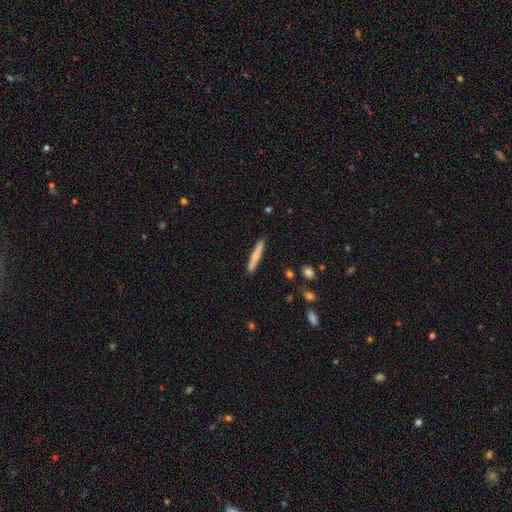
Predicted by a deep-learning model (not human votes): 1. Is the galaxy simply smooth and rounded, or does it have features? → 67% smooth, 28% featured or disk, 6% star or artifact.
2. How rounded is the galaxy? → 95% cigar-shaped, 4% in between, 1% round.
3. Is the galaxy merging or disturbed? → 88% none, 9% minor disturbance, 2% merger, 2% major disturbance.